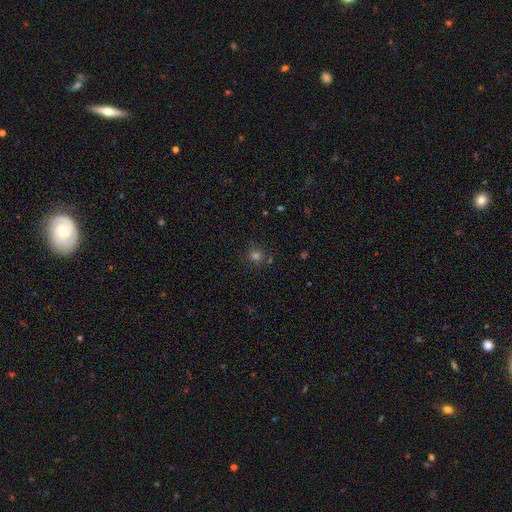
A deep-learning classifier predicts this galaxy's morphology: smooth_or_featured: smooth (p=0.72) [alt: star or artifact p=0.23]
how_rounded: round (p=0.94) [alt: in between p=0.05]
merging: none (p=0.85) [alt: minor disturbance p=0.08]